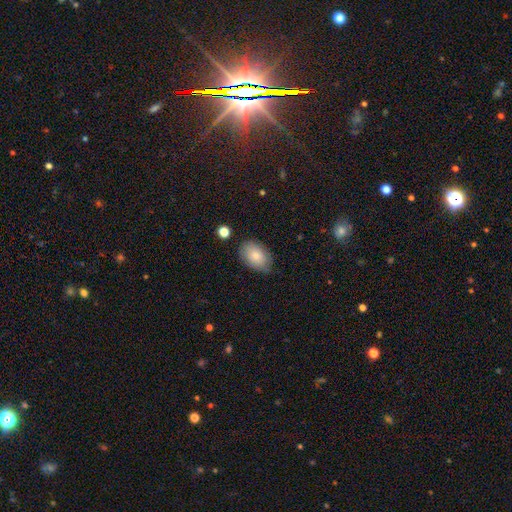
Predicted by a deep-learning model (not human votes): Smooth or featured: smooth — 81% (featured or disk — 12%)
How rounded: in between — 88% (round — 11%)
Merging: none — 76% (minor disturbance — 19%)